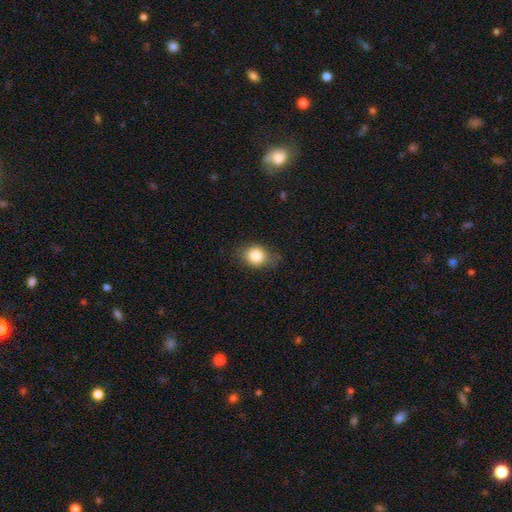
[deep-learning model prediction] smooth-or-featured: smooth: 84% | star or artifact: 9% | featured or disk: 7%
  how-rounded: round: 56% | in between: 43% | cigar-shaped: 1%
  merging: none: 74% | minor disturbance: 20% | major disturbance: 5% | merger: 1%